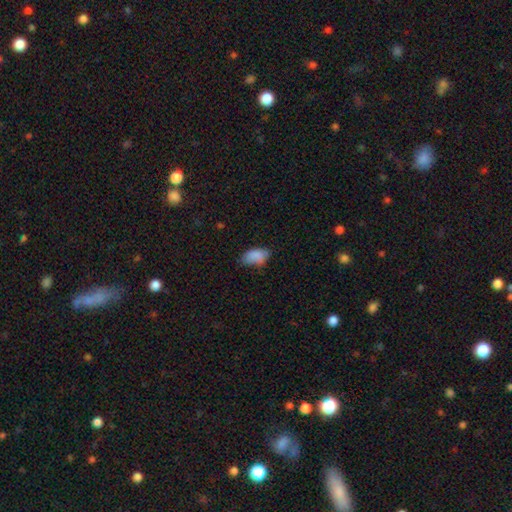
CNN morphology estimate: Smooth or featured: smooth — 85% (star or artifact — 9%)
How rounded: in between — 92% (round — 5%)
Merging: none — 54% (minor disturbance — 35%)